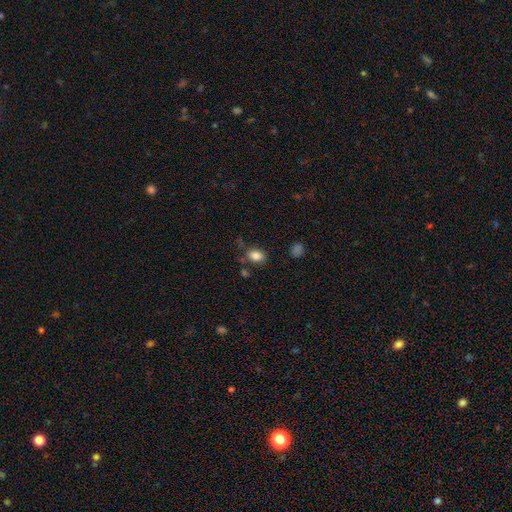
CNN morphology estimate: Smooth or featured? Predicted: smooth (p=0.84). How rounded? Predicted: in between (p=0.73). Merging? Predicted: none (p=0.72).